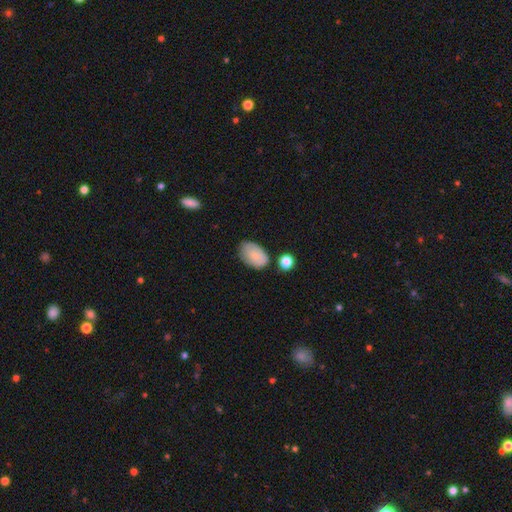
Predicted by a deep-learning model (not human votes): Smooth or featured: smooth — 77% (featured or disk — 16%)
How rounded: in between — 89% (round — 9%)
Merging: none — 63% (minor disturbance — 26%)